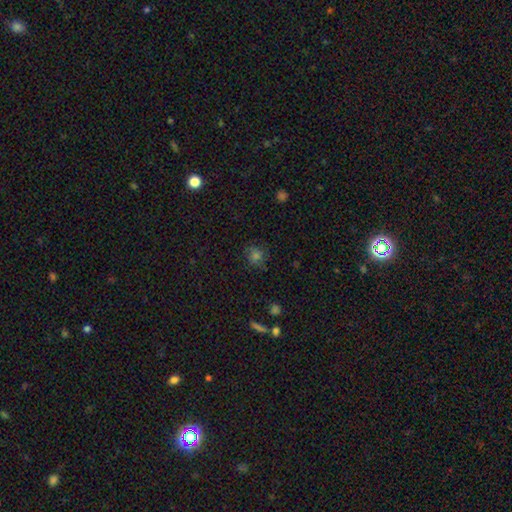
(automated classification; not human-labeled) Smooth or featured?
  - smooth: 61% *
  - star or artifact: 23%
  - featured or disk: 16%
How rounded?
  - round: 82% *
  - in between: 16%
  - cigar-shaped: 1%
Merging?
  - none: 77% *
  - minor disturbance: 15%
  - major disturbance: 6%
  - merger: 2%